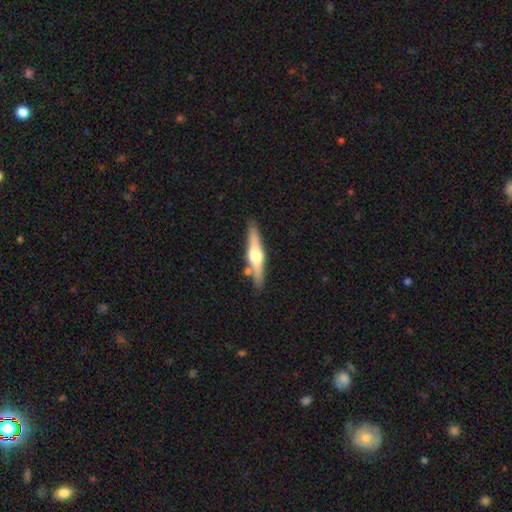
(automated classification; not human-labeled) smooth-or-featured: featured or disk: 65% | smooth: 29% | star or artifact: 5%
  disk-edge-on: yes: 96% | no: 4%
    edge-on-bulge: rounded: 94% | boxy: 4% | none: 2%
  merging: none: 81% | minor disturbance: 10% | merger: 6% | major disturbance: 2%